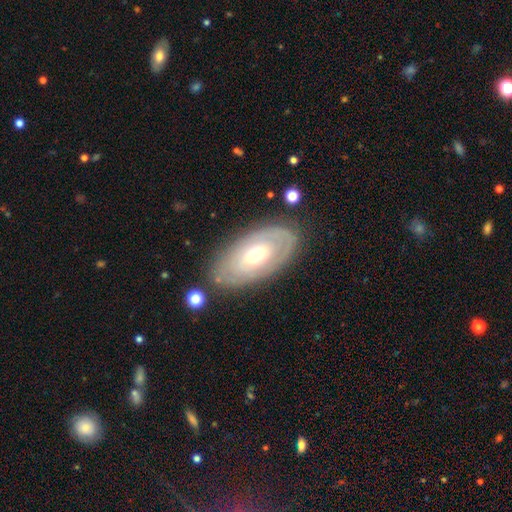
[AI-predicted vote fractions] Morphology: type=featured or disk (62%); edge-on=no (89%); bar=no (71%); spiral arms=no (53%); bulge=moderate (59%); merging=none (79%).